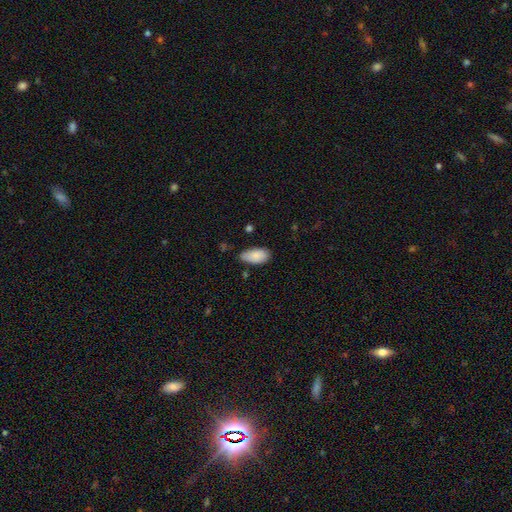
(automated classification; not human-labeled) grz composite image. It shows a smooth galaxy with no disk features (87%) that is in between round and cigar-shaped (94%). Merging: none (65%).